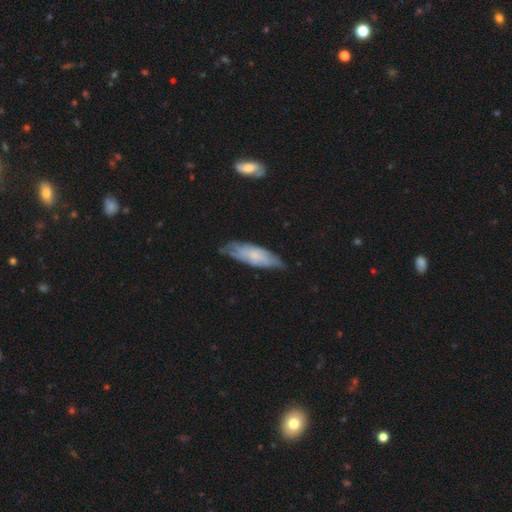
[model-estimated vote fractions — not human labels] Smooth or featured: smooth — 50% (featured or disk — 44%)
Merging: none — 60% (minor disturbance — 30%)